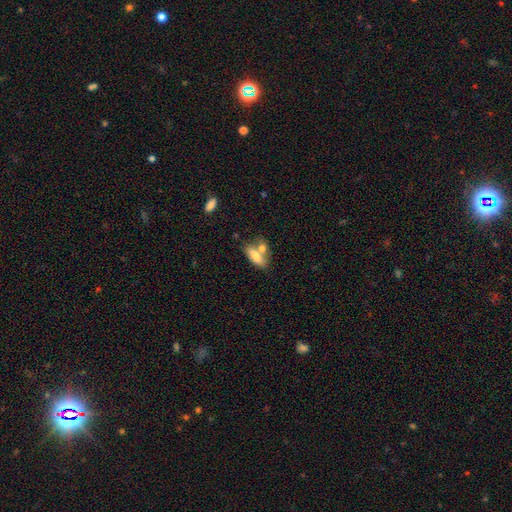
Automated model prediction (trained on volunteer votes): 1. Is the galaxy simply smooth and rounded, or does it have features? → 75% smooth, 18% featured or disk, 7% star or artifact.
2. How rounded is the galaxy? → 76% in between, 20% cigar-shaped, 5% round.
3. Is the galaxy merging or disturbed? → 43% merger, 40% none, 13% minor disturbance, 5% major disturbance.